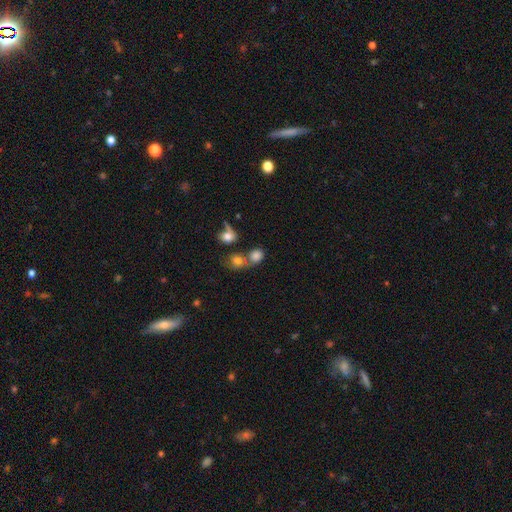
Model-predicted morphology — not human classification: The model was most divided on "merging": merger: 45%, none: 40%, minor disturbance: 10%, major disturbance: 6%. More confident: smooth or featured — smooth (79%); how rounded — round (65%).